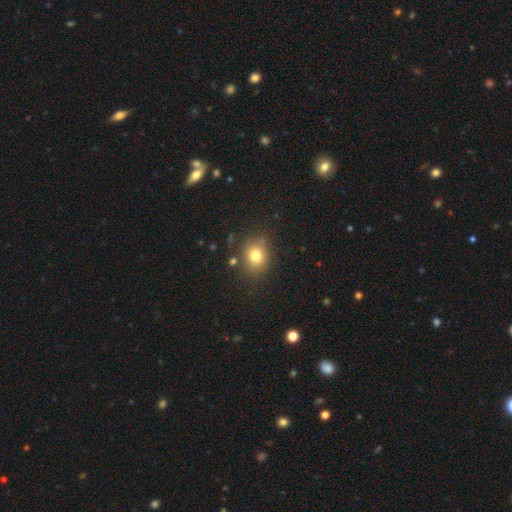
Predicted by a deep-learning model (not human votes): The model was most divided on "how rounded": round: 63%, in between: 36%, cigar-shaped: 1%. More confident: merging — none (81%); smooth or featured — smooth (78%).